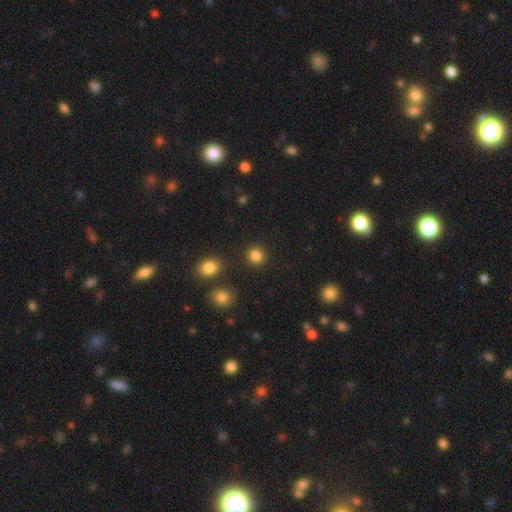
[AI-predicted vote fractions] Morphology: type=smooth (85%); roundness=round (91%); merging=none (90%).